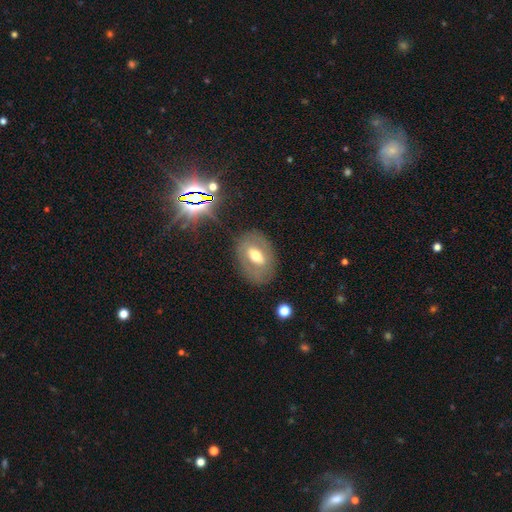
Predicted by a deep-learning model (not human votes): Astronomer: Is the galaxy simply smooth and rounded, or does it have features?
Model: featured or disk — 45%, tied with smooth at 45%.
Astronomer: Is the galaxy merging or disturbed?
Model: none — 77%.